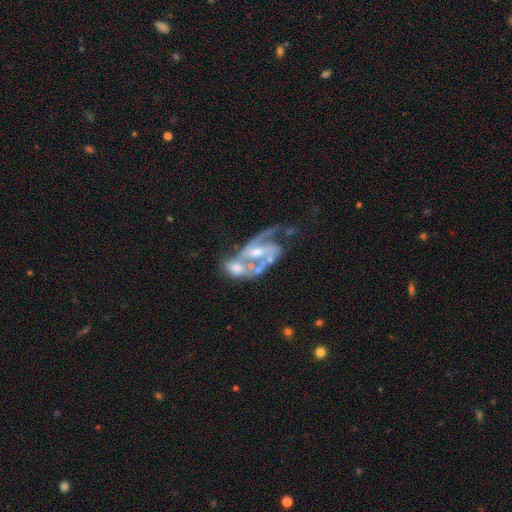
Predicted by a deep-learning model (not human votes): smooth-or-featured: featured or disk: 87% | star or artifact: 7% | smooth: 7%
  disk-edge-on: no: 96% | yes: 4%
    bar: weak: 41% | no: 38% | strong: 21%
    has-spiral-arms: yes: 94% | no: 6%
      spiral-winding: medium: 48% | loose: 30% | tight: 22%
      spiral-arm-count: 2: 82% | 1: 6% | can't tell: 6% | 3: 3% | 4: 2% | more than 4: 2%
    bulge-size: small: 49% | moderate: 43% | none: 4% | large: 3% | dominant: 1%
  merging: merger: 58% | none: 22% | major disturbance: 11% | minor disturbance: 10%